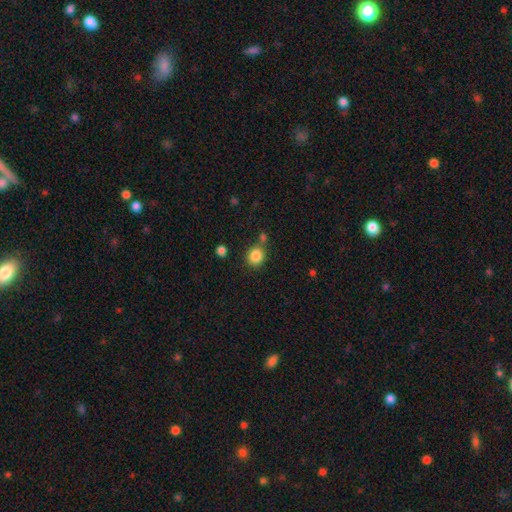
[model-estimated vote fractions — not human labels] Smooth or featured?
  - smooth: 86% *
  - star or artifact: 10%
  - featured or disk: 4%
How rounded?
  - round: 83% *
  - in between: 16%
  - cigar-shaped: 1%
Merging?
  - none: 74% *
  - merger: 12%
  - minor disturbance: 10%
  - major disturbance: 3%